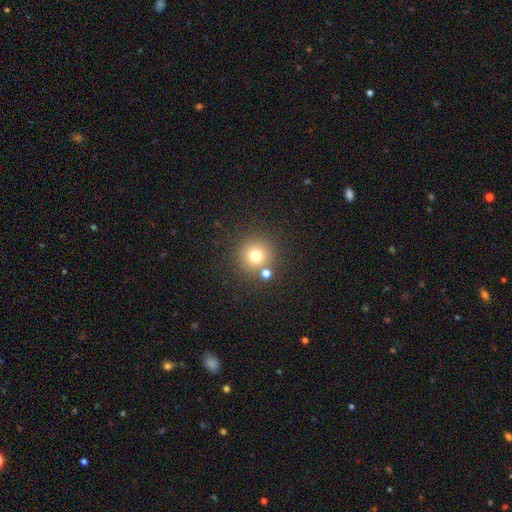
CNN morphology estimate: Smooth or featured? smooth (75%)
How rounded? round (95%)
Merging? none (80%)